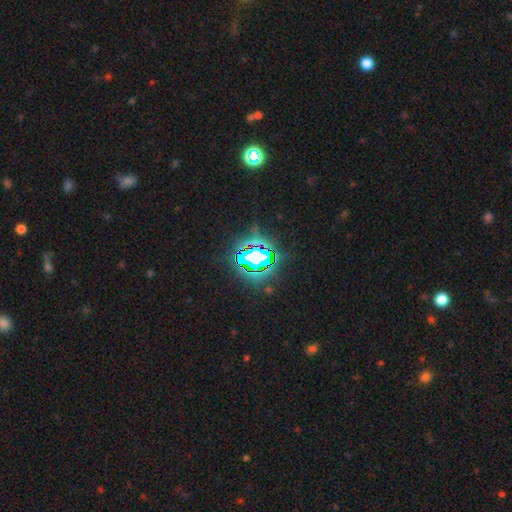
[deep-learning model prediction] Smooth or featured: star or artifact — 77% (smooth — 13%)